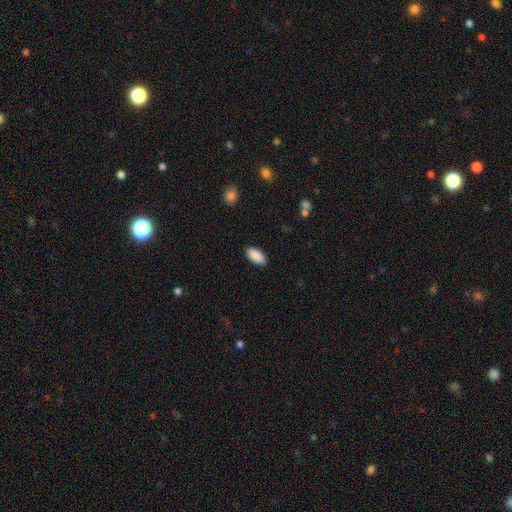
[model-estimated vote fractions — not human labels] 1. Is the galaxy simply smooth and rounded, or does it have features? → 90% smooth, 6% star or artifact, 3% featured or disk.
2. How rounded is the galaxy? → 93% in between, 5% cigar-shaped, 2% round.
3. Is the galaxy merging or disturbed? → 89% none, 8% minor disturbance, 2% major disturbance, 1% merger.